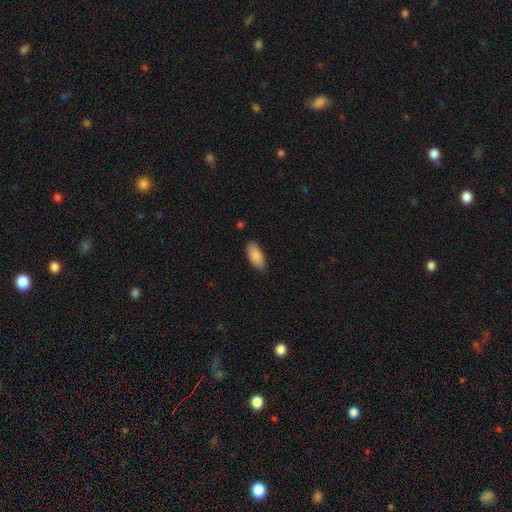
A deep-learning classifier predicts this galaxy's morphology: A smooth galaxy with no disk features (88%) that is in between round and cigar-shaped (87%). Merging: none (84%).